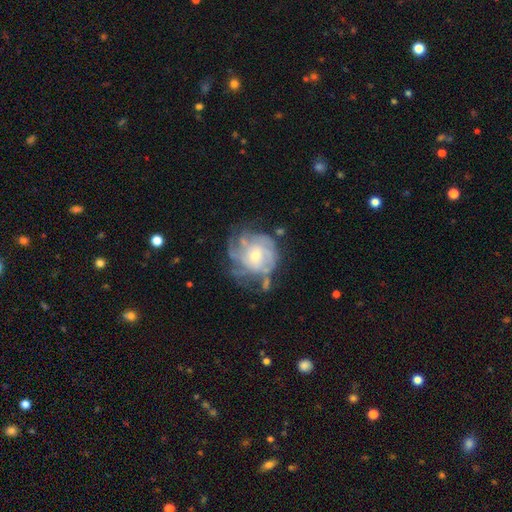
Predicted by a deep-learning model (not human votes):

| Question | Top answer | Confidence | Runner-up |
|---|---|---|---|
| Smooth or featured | featured or disk | 77% | smooth (16%) |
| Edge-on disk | no | 97% | yes (3%) |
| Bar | no | 76% | weak (21%) |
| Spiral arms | yes | 82% | no (18%) |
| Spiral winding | tight | 56% | medium (31%) |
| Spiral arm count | can't tell | 48% | 4 (16%) |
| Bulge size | moderate | 47% | small (45%) |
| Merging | none | 53% | minor disturbance (23%) |